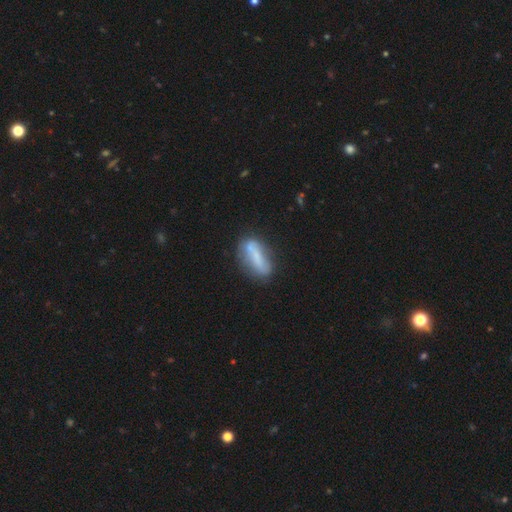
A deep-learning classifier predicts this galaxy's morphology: smooth-or-featured: smooth: 56% | featured or disk: 36% | star or artifact: 8%
  how-rounded: in between: 55% | cigar-shaped: 42% | round: 3%
  merging: none: 62% | minor disturbance: 22% | merger: 8% | major disturbance: 8%